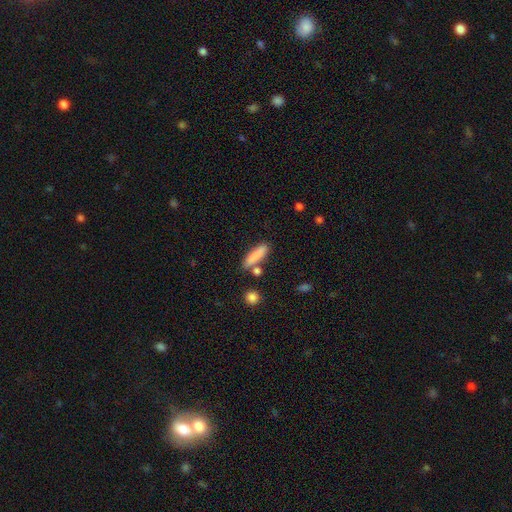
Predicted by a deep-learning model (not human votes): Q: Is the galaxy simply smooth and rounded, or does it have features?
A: smooth — 84%.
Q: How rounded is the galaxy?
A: cigar-shaped — 68%.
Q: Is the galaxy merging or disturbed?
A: none — 73%.